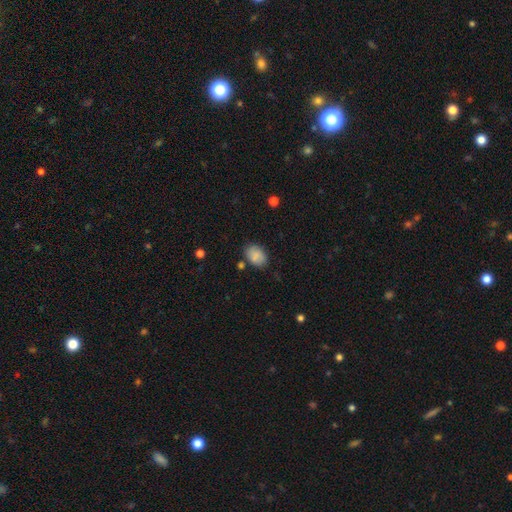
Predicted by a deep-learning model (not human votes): smooth-or-featured: smooth: 81% | featured or disk: 11% | star or artifact: 8%
  how-rounded: in between: 80% | round: 18% | cigar-shaped: 1%
  merging: none: 76% | minor disturbance: 16% | merger: 5% | major disturbance: 4%